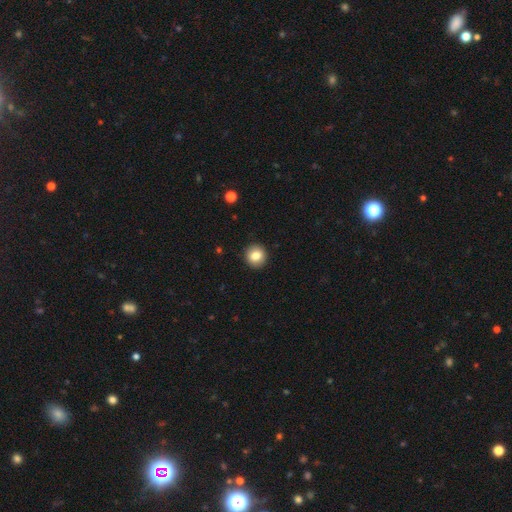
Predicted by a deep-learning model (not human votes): The model was most divided on "smooth or featured": smooth: 83%, star or artifact: 9%, featured or disk: 8%. More confident: merging — none (92%); how rounded — round (91%).